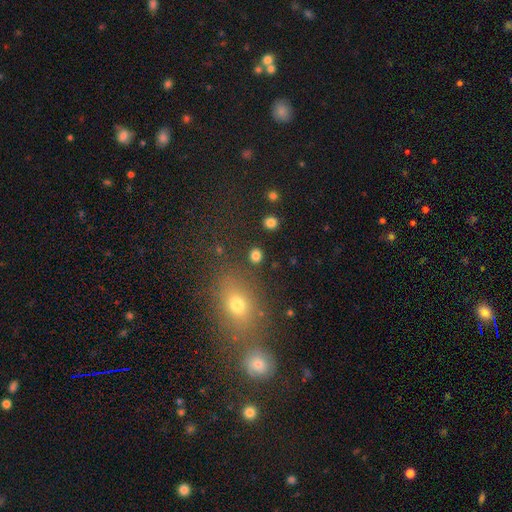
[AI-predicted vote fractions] Smooth or featured: smooth — 82% (star or artifact — 13%)
How rounded: round — 74% (in between — 24%)
Merging: none — 87% (minor disturbance — 7%)